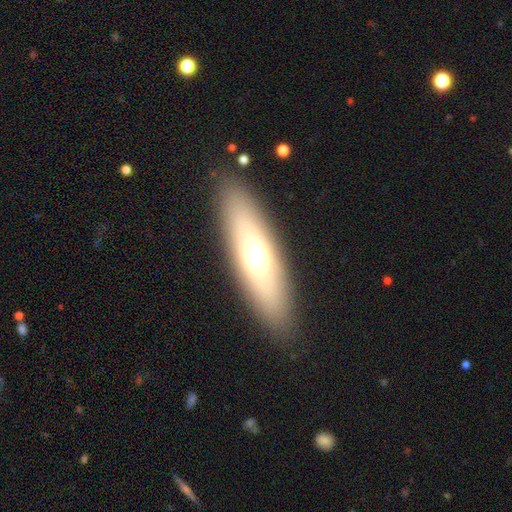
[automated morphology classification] A smooth galaxy with no disk features (59%) that is cigar-shaped (53%). Merging: none (88%).